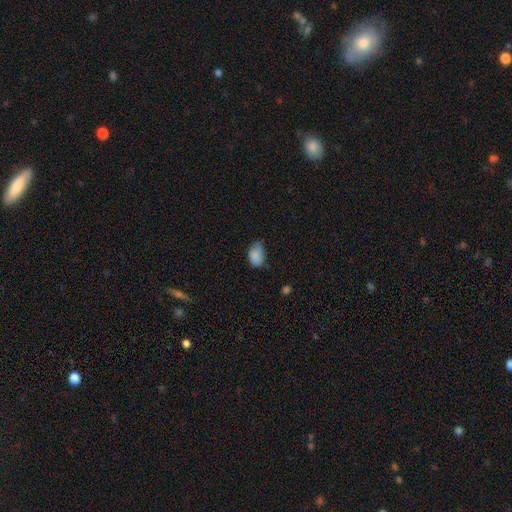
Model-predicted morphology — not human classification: type=smooth (84%); roundness=in between (80%); merging=none (46%).